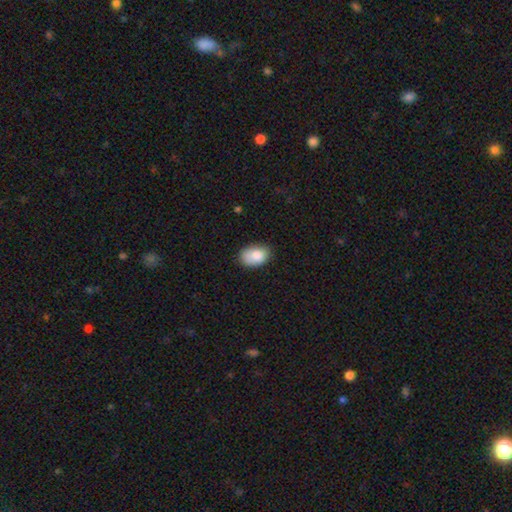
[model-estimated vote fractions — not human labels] This appears to be a smooth galaxy with no disk features (84%) that is in between round and cigar-shaped (85%). Merging: none (69%).